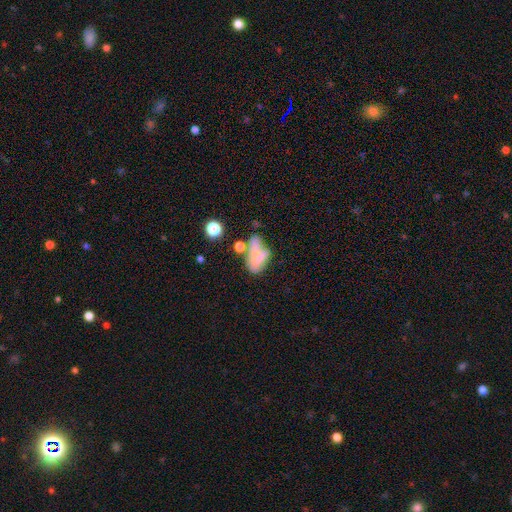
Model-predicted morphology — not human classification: Smooth or featured: smooth — 59% (featured or disk — 27%)
How rounded: in between — 82% (round — 10%)
Merging: merger — 28% (major disturbance — 26%)